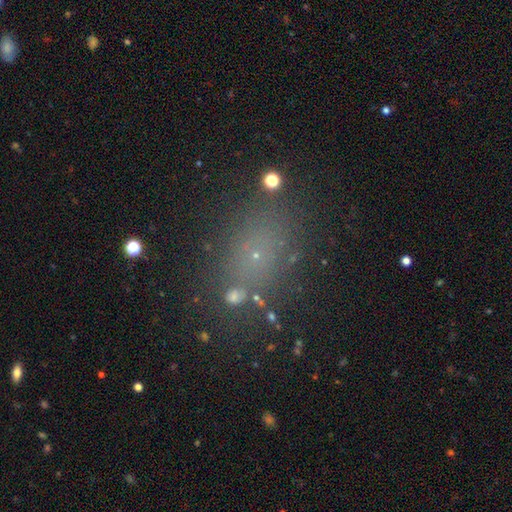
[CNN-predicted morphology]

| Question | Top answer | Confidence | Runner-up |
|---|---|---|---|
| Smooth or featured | smooth | 51% | star or artifact (36%) |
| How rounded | in between | 55% | round (41%) |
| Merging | none | 79% | minor disturbance (11%) |